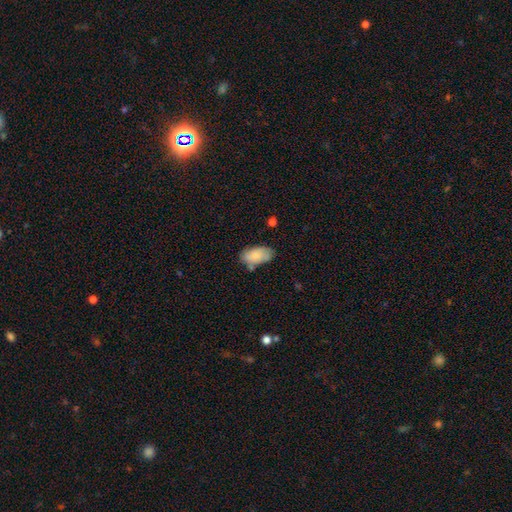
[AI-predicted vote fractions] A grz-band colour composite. It shows a smooth galaxy with no disk features (82%) that is in between round and cigar-shaped (94%). Merging: none (65%).